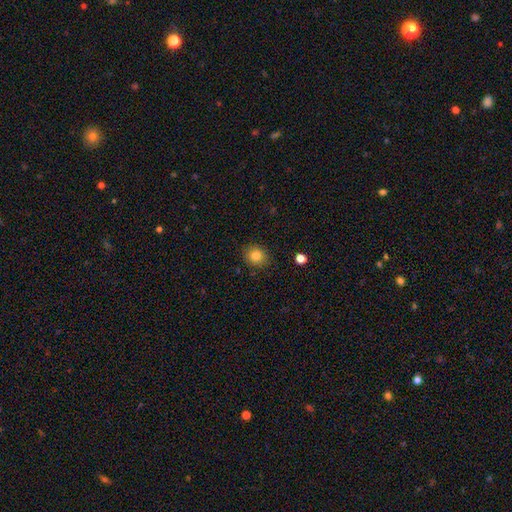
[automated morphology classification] The model was most divided on "how rounded": round: 82%, in between: 18%, cigar-shaped: 1%. More confident: merging — none (88%); smooth or featured — smooth (83%).